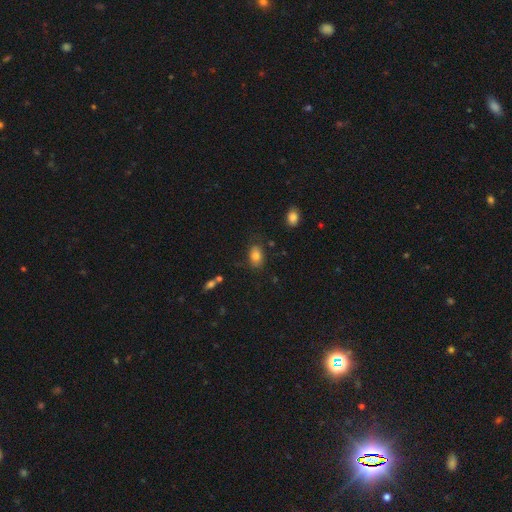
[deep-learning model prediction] Smooth or featured? smooth (81%)
How rounded? in between (84%)
Merging? none (76%)